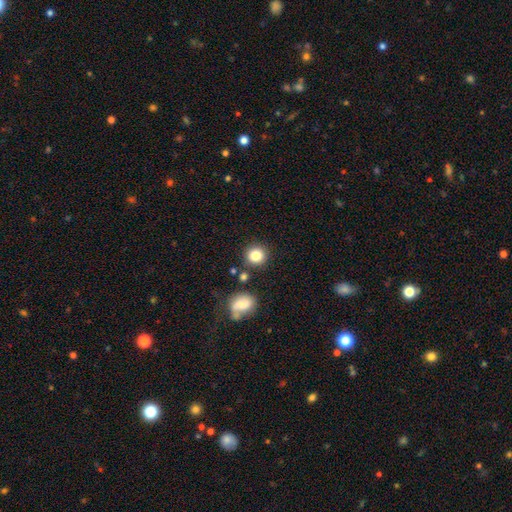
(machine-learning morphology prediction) Smooth or featured? Predicted: smooth (p=0.83). How rounded? Predicted: round (p=0.88). Merging? Predicted: none (p=0.80).